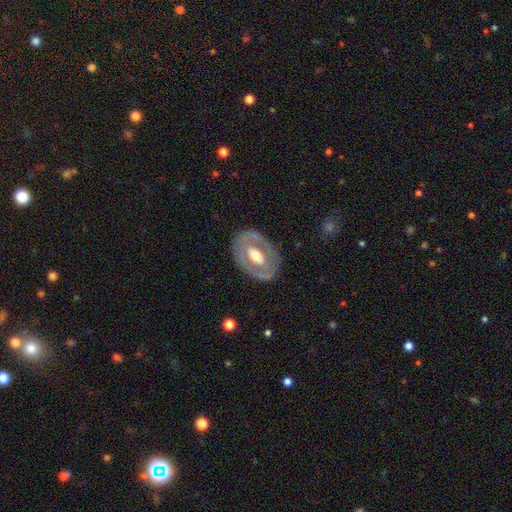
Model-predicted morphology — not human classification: The model was most divided on "bar": no: 55%, weak: 27%, strong: 17%. More confident: edge-on disk — no (92%); spiral arms — no (80%); merging — none (79%); smooth or featured — featured or disk (64%); bulge size — moderate (62%).